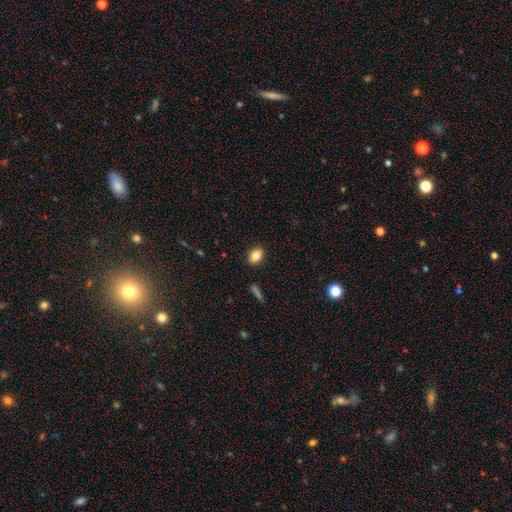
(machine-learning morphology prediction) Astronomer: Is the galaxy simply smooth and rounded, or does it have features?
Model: smooth — 84%.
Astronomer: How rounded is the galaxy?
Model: in between — 79%.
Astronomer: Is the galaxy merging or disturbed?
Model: none — 89%.